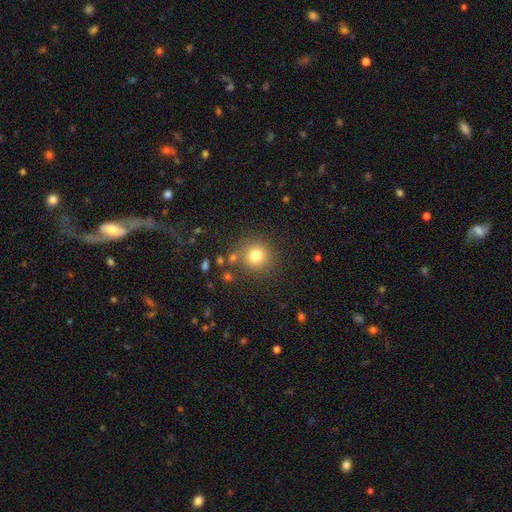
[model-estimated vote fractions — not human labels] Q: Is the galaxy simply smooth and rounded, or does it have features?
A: smooth — 78%.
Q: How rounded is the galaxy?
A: round — 90%.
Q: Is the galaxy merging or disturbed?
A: none — 82%.